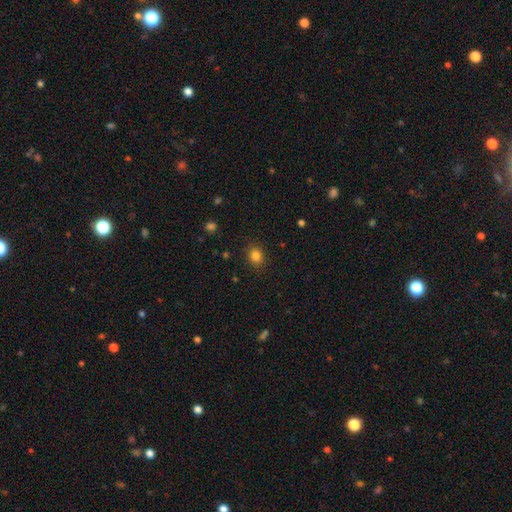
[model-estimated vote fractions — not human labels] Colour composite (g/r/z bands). It shows a smooth galaxy with no disk features (83%) that is round (62%). Merging: none (88%).